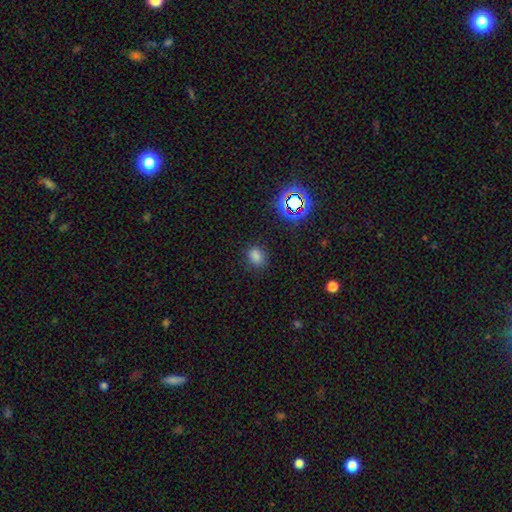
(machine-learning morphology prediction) Smooth or featured: smooth — 75% (star or artifact — 19%)
How rounded: round — 50% (in between — 49%)
Merging: none — 83% (minor disturbance — 12%)